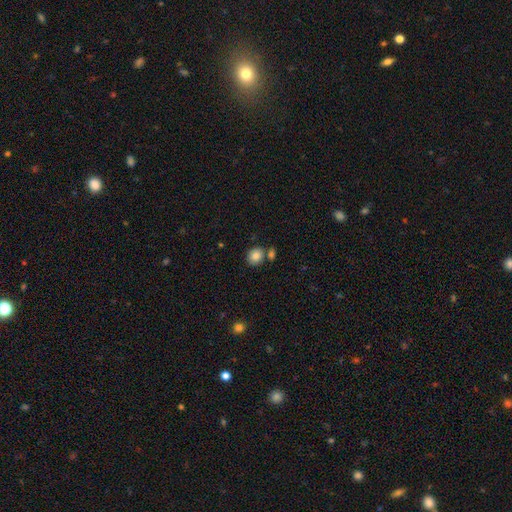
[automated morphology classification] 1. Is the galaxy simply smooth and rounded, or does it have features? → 85% smooth, 9% star or artifact, 6% featured or disk.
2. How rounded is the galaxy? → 64% round, 35% in between, 1% cigar-shaped.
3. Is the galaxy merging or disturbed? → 69% none, 18% merger, 10% minor disturbance, 3% major disturbance.